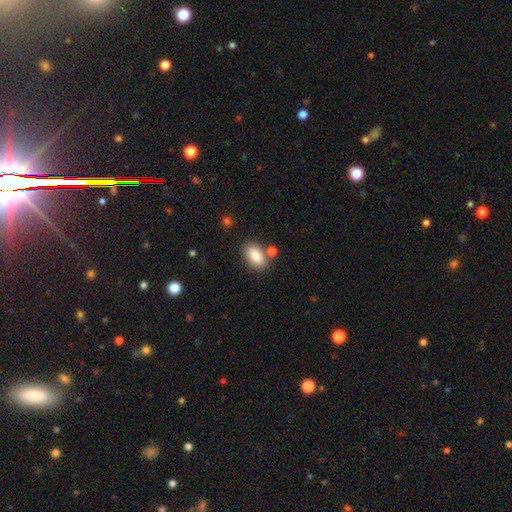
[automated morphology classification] The model was most divided on "merging": none: 74%, minor disturbance: 12%, merger: 11%, major disturbance: 3%. More confident: how rounded — in between (91%); smooth or featured — smooth (87%).